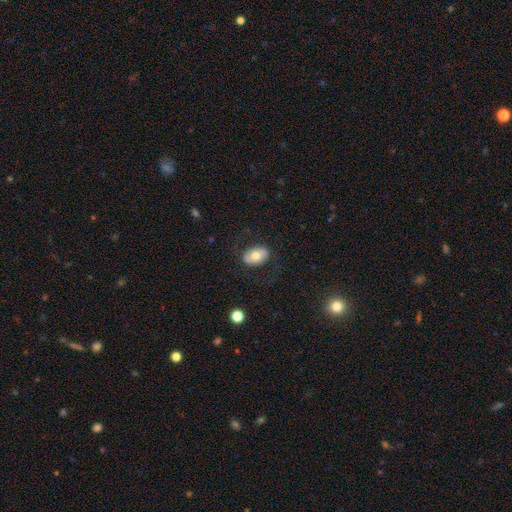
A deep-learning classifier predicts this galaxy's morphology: The model was most divided on "smooth or featured": smooth: 57%, featured or disk: 35%, star or artifact: 7%. More confident: how rounded — in between (84%); merging — none (75%).